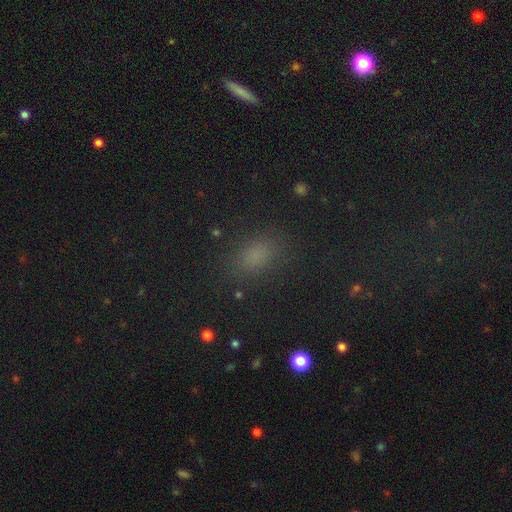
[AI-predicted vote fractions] Smooth or featured? Predicted: smooth (p=0.73). How rounded? Predicted: in between (p=0.81). Merging? Predicted: none (p=0.82).